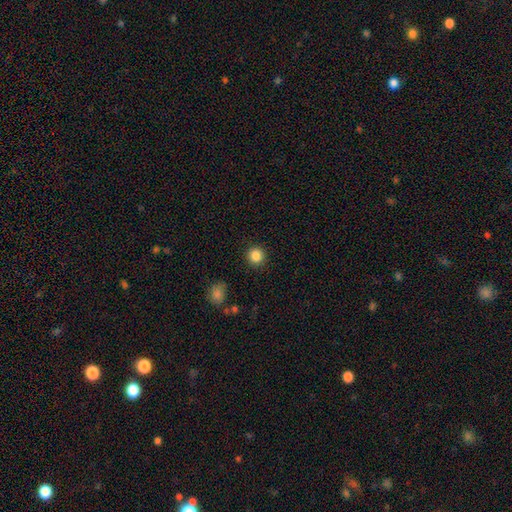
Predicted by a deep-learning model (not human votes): A smooth galaxy with no disk features (85%) that is round (95%).

Vote fractions:
- Smooth or featured? smooth: 85% / star or artifact: 11% / featured or disk: 4%
- How rounded? round: 95% / in between: 4% / cigar-shaped: 1%
- Merging? none: 91% / minor disturbance: 5% / major disturbance: 2% / merger: 1%